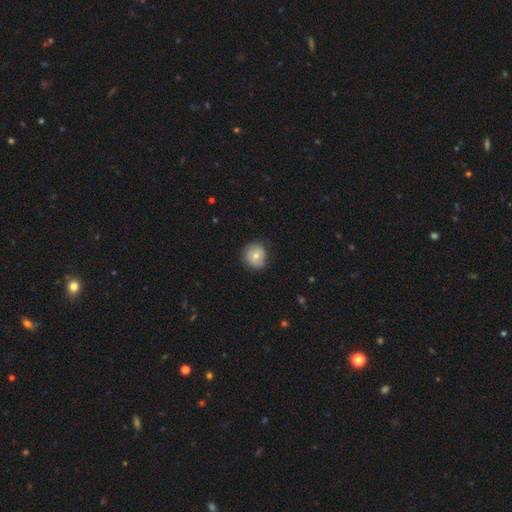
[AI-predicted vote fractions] Overall: smooth (71%). How rounded: round (89%). Merging: none (77%).